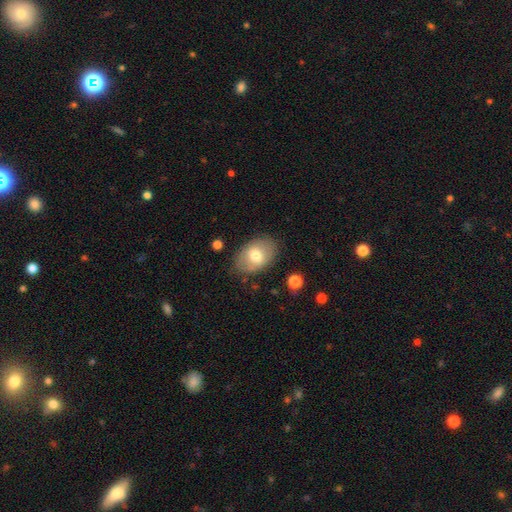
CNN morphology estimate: Smooth or featured: smooth — 70% (featured or disk — 23%)
How rounded: in between — 83% (round — 16%)
Merging: none — 80% (minor disturbance — 14%)